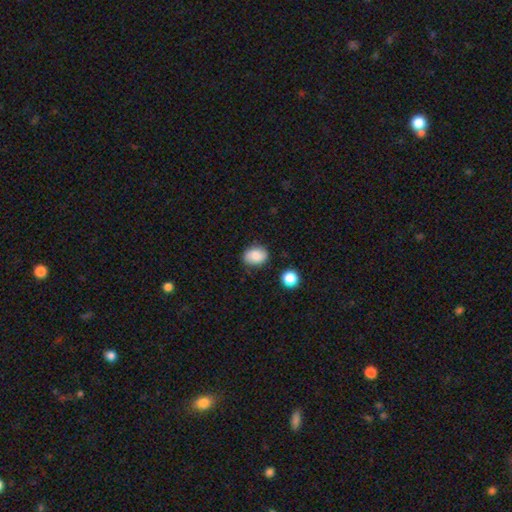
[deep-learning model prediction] smooth_or_featured: smooth (p=0.81) [alt: featured or disk p=0.10]
how_rounded: in between (p=0.63) [alt: round p=0.36]
merging: none (p=0.78) [alt: minor disturbance p=0.15]